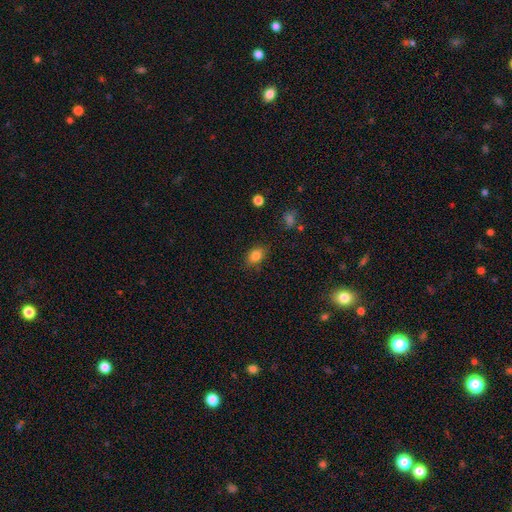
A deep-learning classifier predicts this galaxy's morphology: Q: Smooth or featured?
A: smooth (82%); runner-up: star or artifact (10%)
Q: How rounded?
A: in between (75%); runner-up: round (23%)
Q: Merging?
A: none (83%); runner-up: minor disturbance (13%)